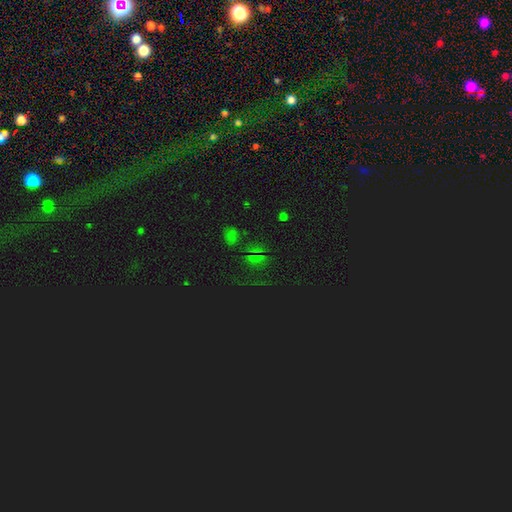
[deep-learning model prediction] Morphology: type=star or artifact (65%).